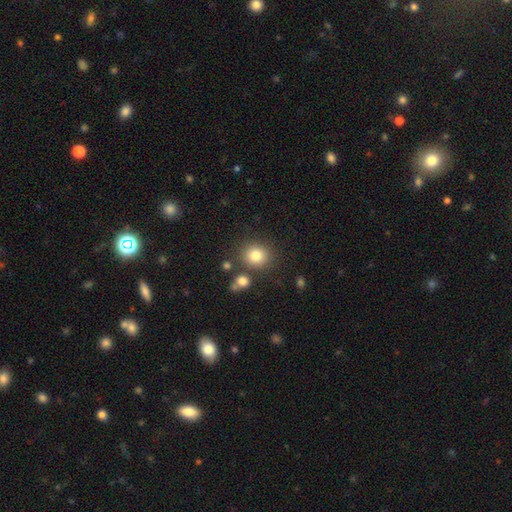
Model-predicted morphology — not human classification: A smooth galaxy with no disk features (82%) that is round (84%).

Vote fractions:
- Smooth or featured? smooth: 82% / star or artifact: 11% / featured or disk: 7%
- How rounded? round: 84% / in between: 15% / cigar-shaped: 1%
- Merging? none: 80% / minor disturbance: 9% / merger: 8% / major disturbance: 3%